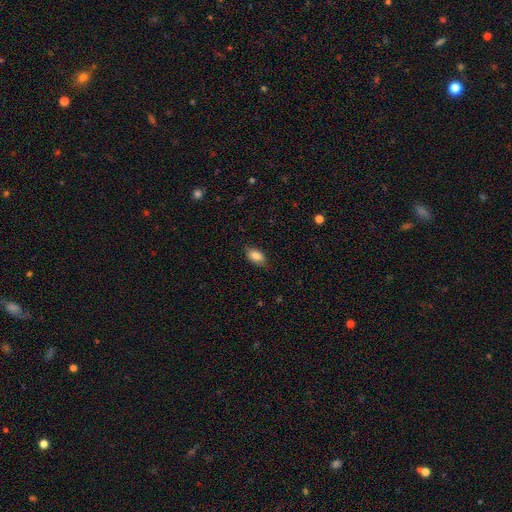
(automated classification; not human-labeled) smooth 85%, star or artifact 7%, featured or disk 7%. Down the decision tree: how rounded — in between (90%); merging — none (79%).